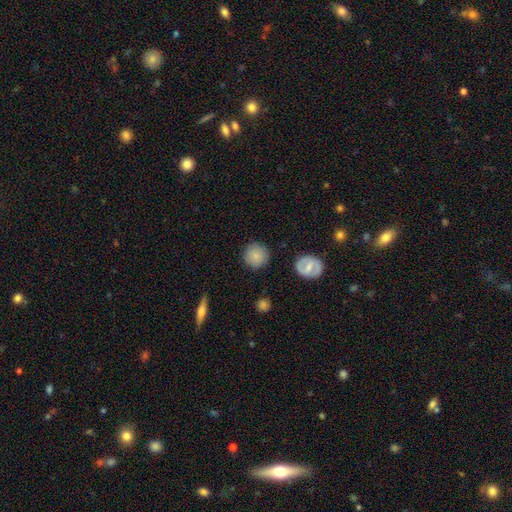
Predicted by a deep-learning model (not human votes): Smooth or featured: smooth — 82% (featured or disk — 10%)
How rounded: round — 93% (in between — 6%)
Merging: none — 87% (minor disturbance — 8%)